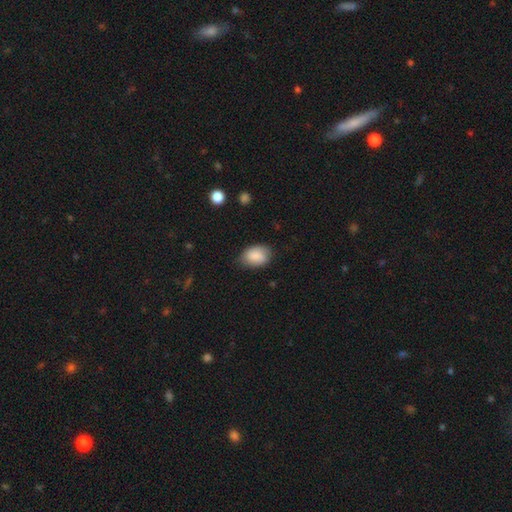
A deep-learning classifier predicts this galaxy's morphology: smooth_or_featured: smooth (p=0.84) [alt: featured or disk p=0.09]
how_rounded: in between (p=0.83) [alt: round p=0.16]
merging: none (p=0.71) [alt: minor disturbance p=0.23]